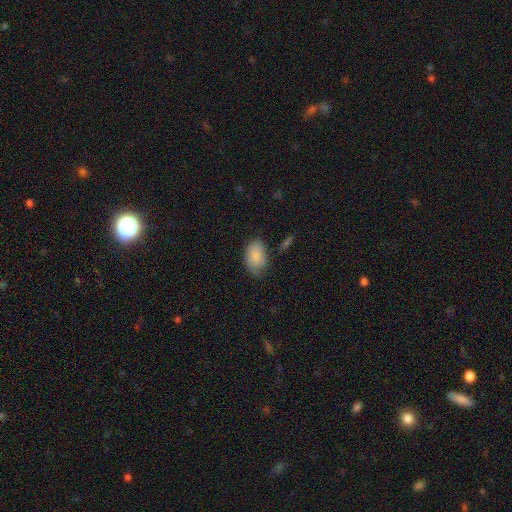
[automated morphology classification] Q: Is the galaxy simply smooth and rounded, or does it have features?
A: smooth — 86%.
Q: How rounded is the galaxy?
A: in between — 88%.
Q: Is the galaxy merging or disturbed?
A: none — 65%.